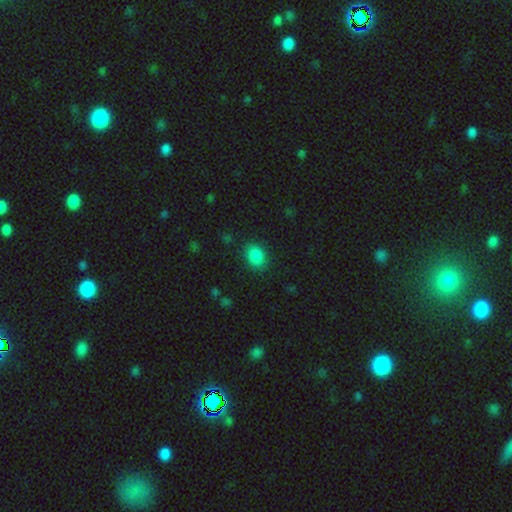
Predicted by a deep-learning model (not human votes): Smooth or featured: smooth — 86% (star or artifact — 10%)
How rounded: in between — 63% (round — 35%)
Merging: none — 85% (minor disturbance — 11%)